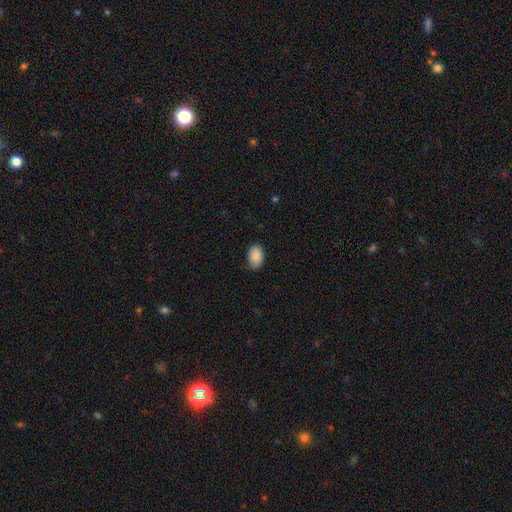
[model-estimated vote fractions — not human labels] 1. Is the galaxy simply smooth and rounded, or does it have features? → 88% smooth, 7% star or artifact, 5% featured or disk.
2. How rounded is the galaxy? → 88% in between, 11% round, 1% cigar-shaped.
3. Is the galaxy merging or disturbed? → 77% none, 19% minor disturbance, 3% major disturbance, 1% merger.